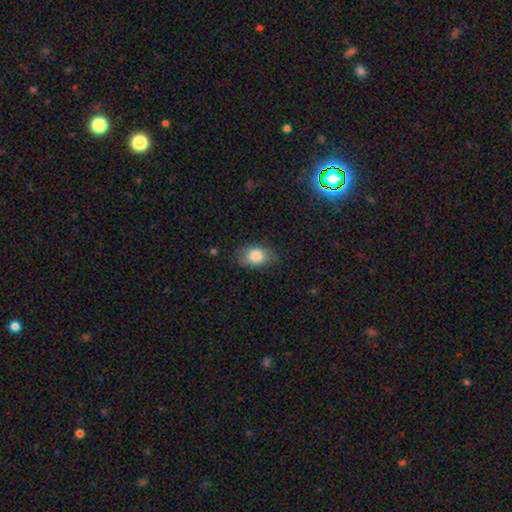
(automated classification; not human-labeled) Q: Smooth or featured?
A: smooth (82%); runner-up: featured or disk (10%)
Q: How rounded?
A: in between (84%); runner-up: round (14%)
Q: Merging?
A: none (72%); runner-up: minor disturbance (21%)